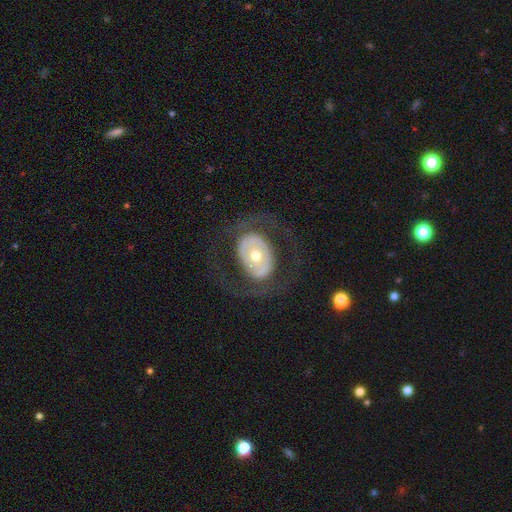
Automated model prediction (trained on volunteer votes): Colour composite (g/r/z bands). It shows a featured or disk galaxy (66%) with no bar (74%), no spiral arms (65%) and a moderate central bulge (65%). Merging: none (72%).